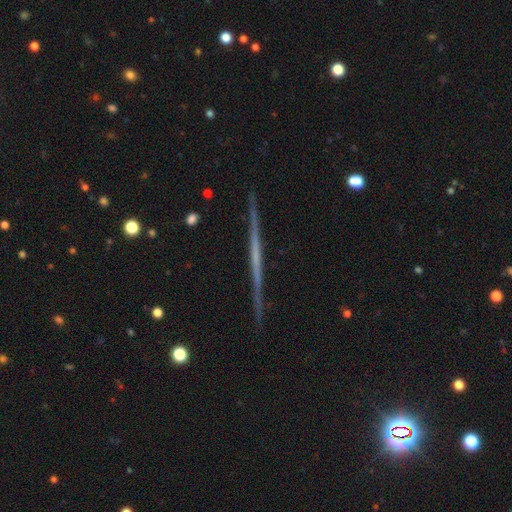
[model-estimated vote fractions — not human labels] smooth_or_featured: featured or disk (p=0.71) [alt: smooth p=0.22]
disk_edge_on: yes (p=0.98) [alt: no p=0.02]
edge_on_bulge: none (p=0.86) [alt: rounded p=0.09]
merging: none (p=0.91) [alt: minor disturbance p=0.06]